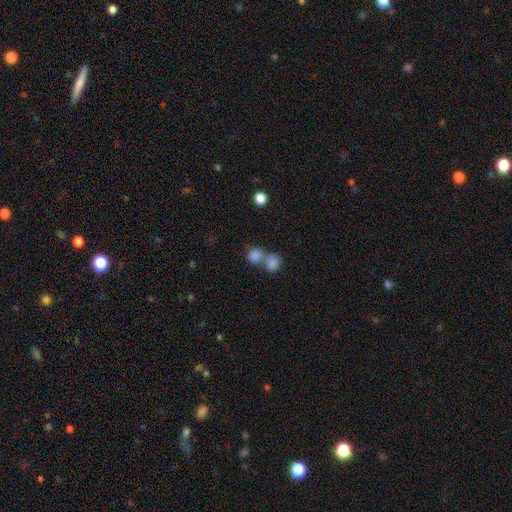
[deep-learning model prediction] Smooth or featured: smooth — 82% (star or artifact — 10%)
How rounded: round — 74% (in between — 24%)
Merging: merger — 56% (none — 33%)